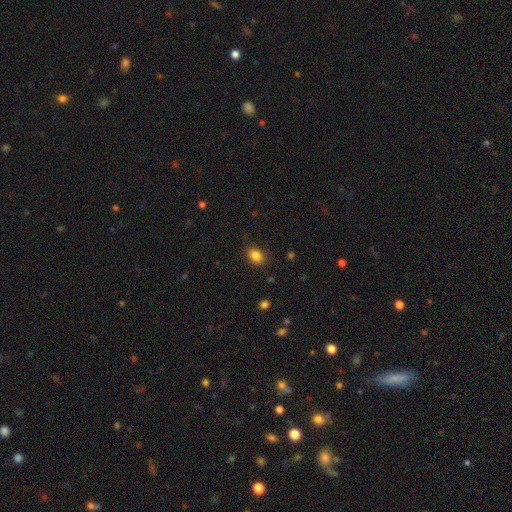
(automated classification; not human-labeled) This is clearly a smooth galaxy (85%). How rounded: likely in between (65%). Merging: clearly none (85%).